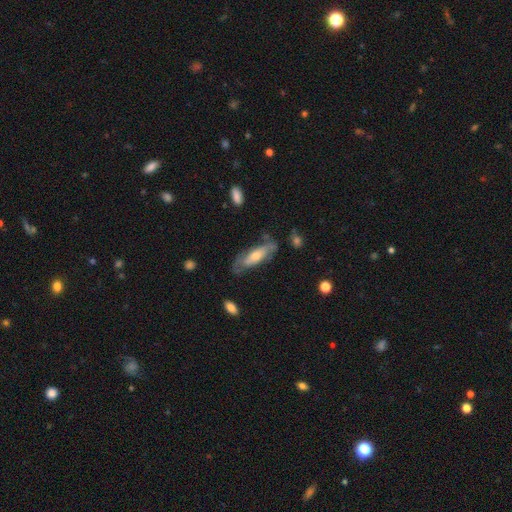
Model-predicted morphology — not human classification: smooth_or_featured: featured or disk (p=0.53) [alt: smooth p=0.40]
disk_edge_on: no (p=0.64) [alt: yes p=0.36]
merging: none (p=0.65) [alt: minor disturbance p=0.23]